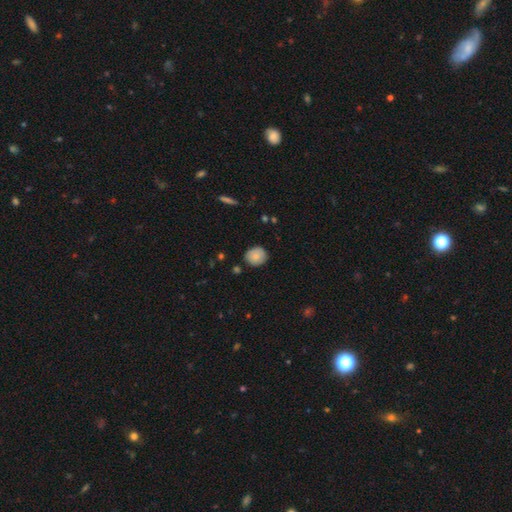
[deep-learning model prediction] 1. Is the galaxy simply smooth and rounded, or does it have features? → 80% smooth, 12% featured or disk, 8% star or artifact.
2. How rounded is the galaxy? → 74% round, 25% in between, 1% cigar-shaped.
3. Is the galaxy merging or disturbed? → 80% none, 15% minor disturbance, 2% major disturbance, 2% merger.